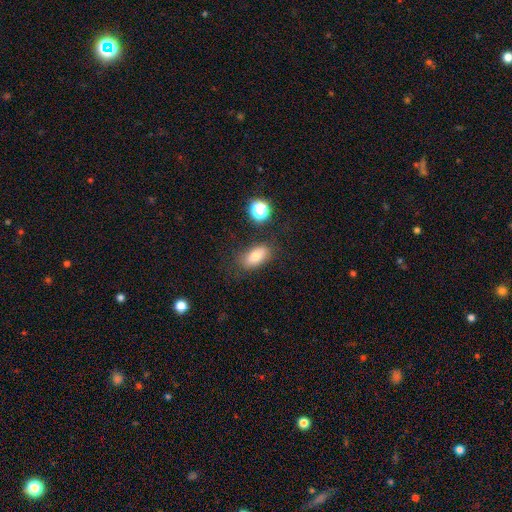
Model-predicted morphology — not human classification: The model was most divided on "smooth or featured": smooth: 77%, featured or disk: 13%, star or artifact: 11%. More confident: how rounded — in between (88%); merging — none (78%).